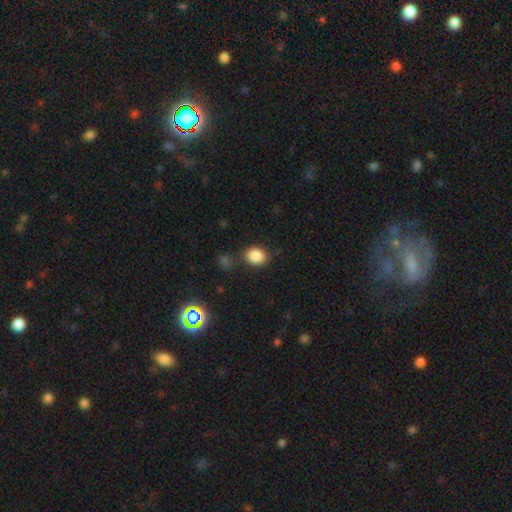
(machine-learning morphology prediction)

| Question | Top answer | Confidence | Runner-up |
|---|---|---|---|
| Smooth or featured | smooth | 86% | star or artifact (10%) |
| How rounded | in between | 54% | round (45%) |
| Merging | none | 78% | minor disturbance (13%) |